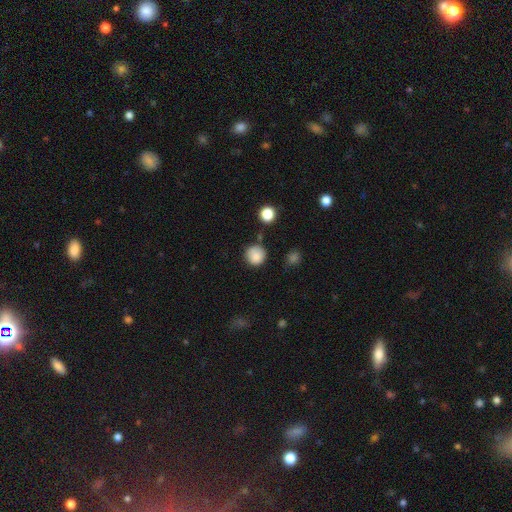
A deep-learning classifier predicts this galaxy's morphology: This is clearly a smooth galaxy (86%). How rounded: clearly round (93%). Merging: likely none (78%).